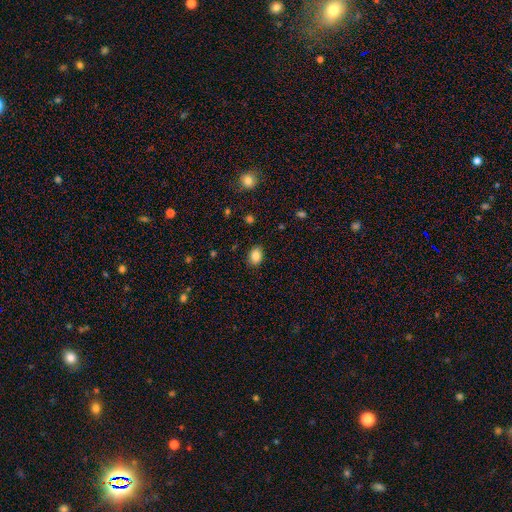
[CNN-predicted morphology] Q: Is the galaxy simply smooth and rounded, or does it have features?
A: smooth — 85%.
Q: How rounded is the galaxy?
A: in between — 72%.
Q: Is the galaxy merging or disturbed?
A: none — 85%.